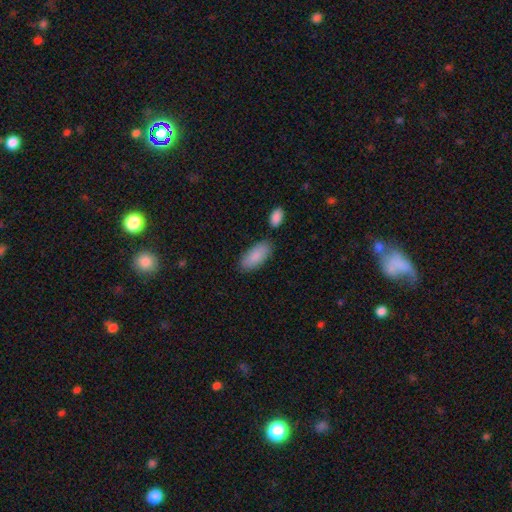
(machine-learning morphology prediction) This is clearly a smooth galaxy (88%). How rounded: clearly in between (88%). Merging: likely none (78%).